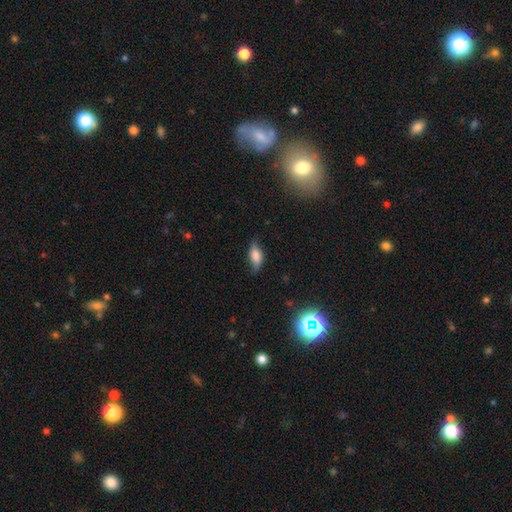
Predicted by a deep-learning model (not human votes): Smooth or featured? Predicted: smooth (p=0.65). How rounded? Predicted: in between (p=0.80). Merging? Predicted: none (p=0.65).